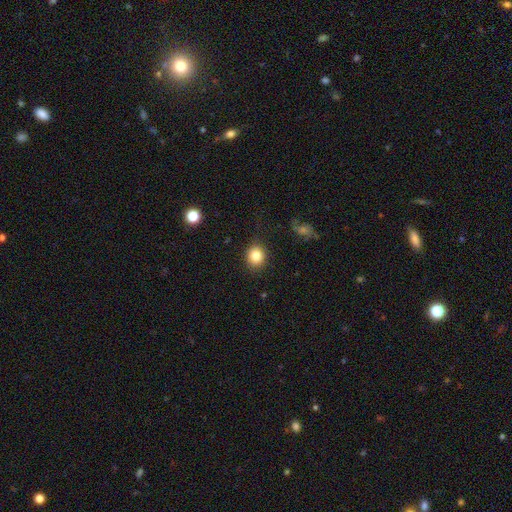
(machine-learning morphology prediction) smooth-or-featured: smooth: 83% | star or artifact: 10% | featured or disk: 7%
  how-rounded: round: 74% | in between: 25% | cigar-shaped: 1%
  merging: none: 87% | minor disturbance: 9% | major disturbance: 3% | merger: 1%